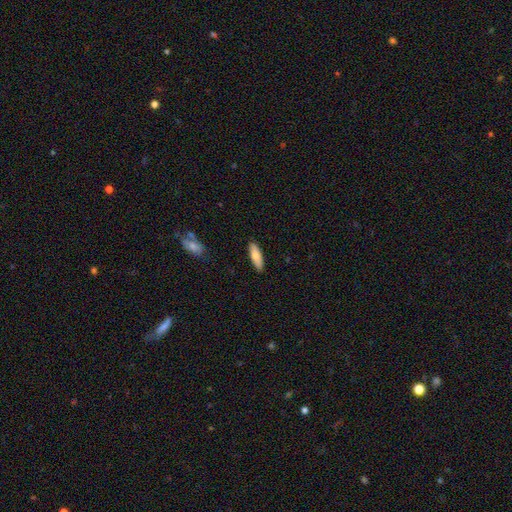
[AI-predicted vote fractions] This appears to be a smooth galaxy with no disk features (78%) that is cigar-shaped (51%). Merging: none (88%).